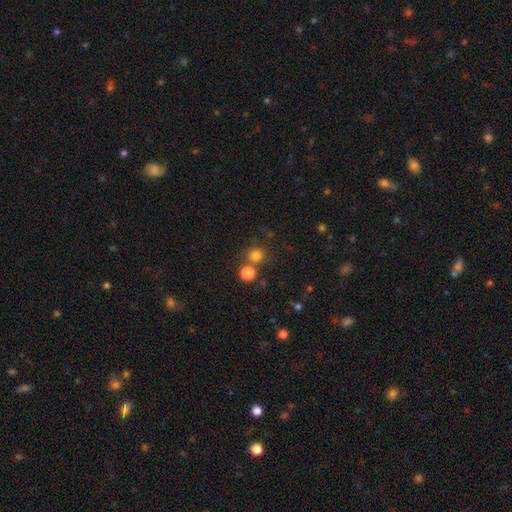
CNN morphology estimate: type=smooth (77%); roundness=round (91%); merging=none (68%).